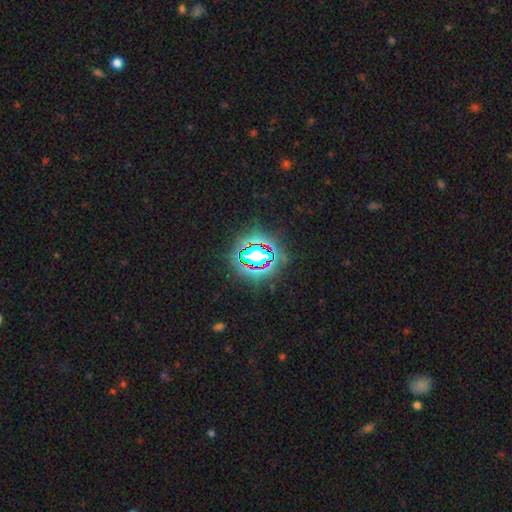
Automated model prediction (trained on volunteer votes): This is likely a star or artifact rather than a galaxy (72%).